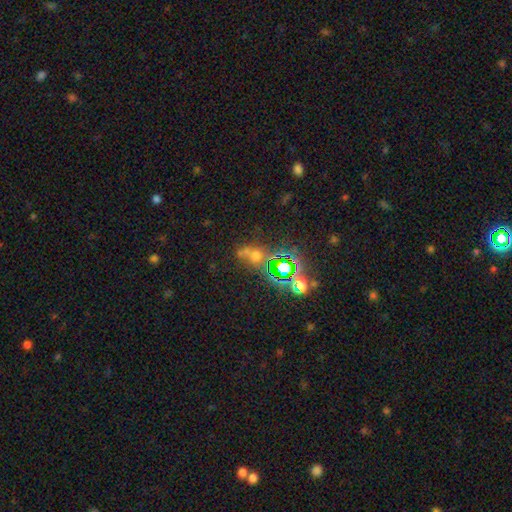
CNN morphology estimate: smooth-or-featured: star or artifact: 60% | smooth: 24% | featured or disk: 16%